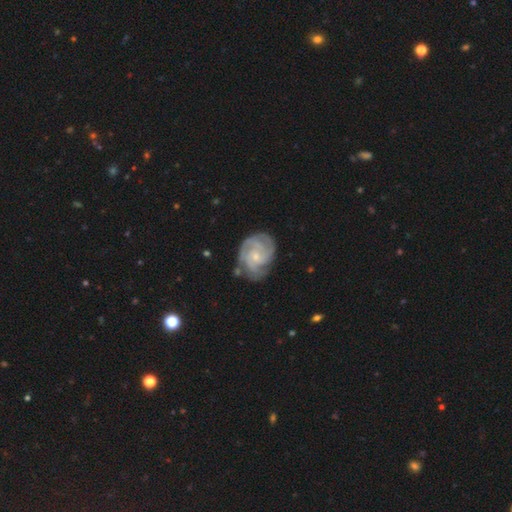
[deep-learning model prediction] Q: Smooth or featured?
A: featured or disk (86%); runner-up: smooth (9%)
Q: Edge-on disk?
A: no (98%); runner-up: yes (2%)
Q: Bar?
A: no (67%); runner-up: weak (28%)
Q: Spiral arms?
A: yes (97%); runner-up: no (3%)
Q: Spiral winding?
A: tight (64%); runner-up: medium (31%)
Q: Spiral arm count?
A: 3 (42%); runner-up: 4 (21%)
Q: Bulge size?
A: small (67%); runner-up: moderate (28%)
Q: Merging?
A: none (73%); runner-up: minor disturbance (19%)